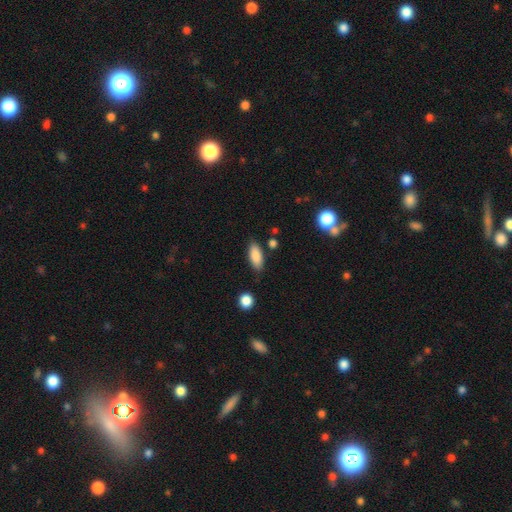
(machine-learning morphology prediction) This is clearly a smooth galaxy (85%). How rounded: clearly in between (82%). Merging: clearly none (81%).